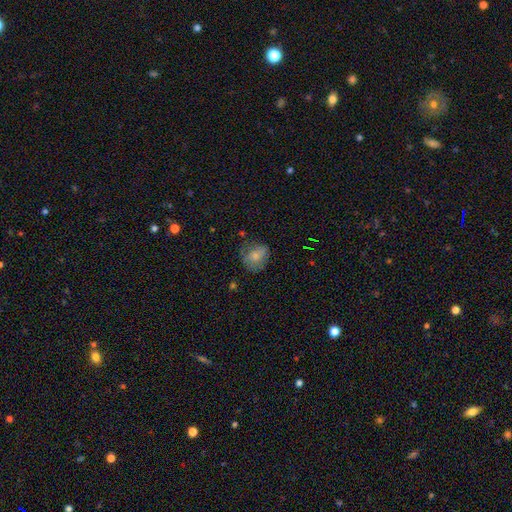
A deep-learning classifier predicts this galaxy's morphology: Smooth or featured? Predicted: smooth (p=0.71). How rounded? Predicted: round (p=0.66). Merging? Predicted: none (p=0.60).